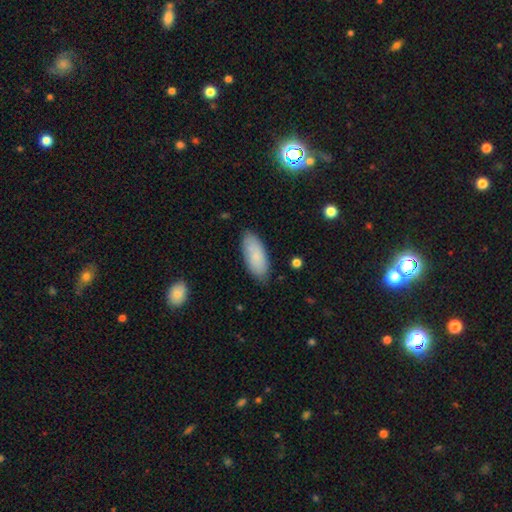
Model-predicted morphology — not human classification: Smooth or featured? Predicted: smooth (p=0.83). How rounded? Predicted: in between (p=0.85). Merging? Predicted: none (p=0.83).